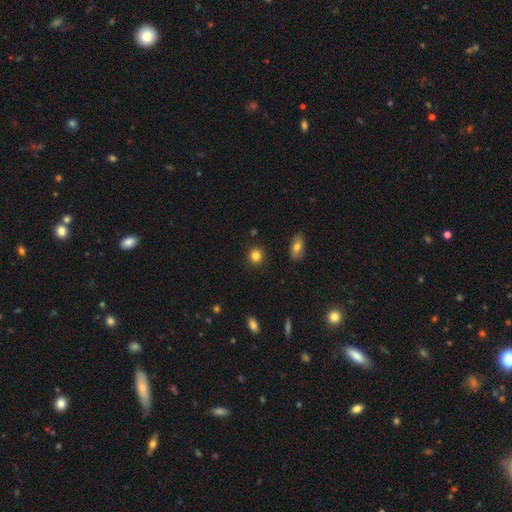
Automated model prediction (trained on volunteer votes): Smooth or featured?
  - smooth: 84% *
  - star or artifact: 11%
  - featured or disk: 6%
How rounded?
  - round: 84% *
  - in between: 15%
  - cigar-shaped: 1%
Merging?
  - none: 90% *
  - minor disturbance: 6%
  - major disturbance: 2%
  - merger: 2%